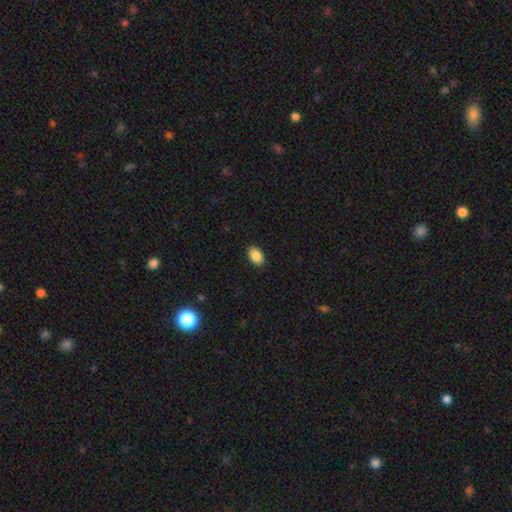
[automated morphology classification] A smooth galaxy with no disk features (88%) that is in between round and cigar-shaped (91%). Merging: none (90%).